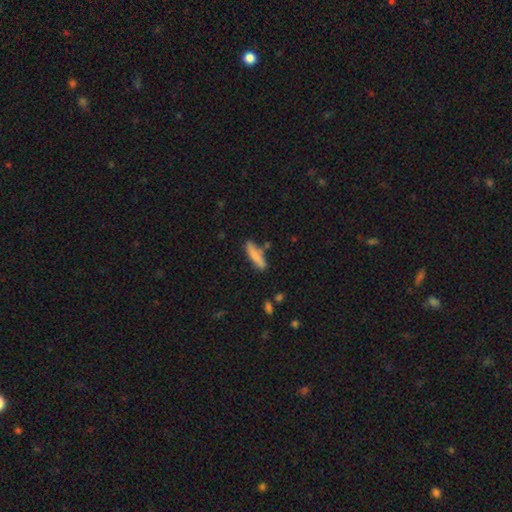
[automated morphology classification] Smooth or featured?
  - smooth: 79% *
  - featured or disk: 15%
  - star or artifact: 6%
How rounded?
  - cigar-shaped: 77% *
  - in between: 21%
  - round: 2%
Merging?
  - none: 75% *
  - minor disturbance: 15%
  - merger: 7%
  - major disturbance: 3%